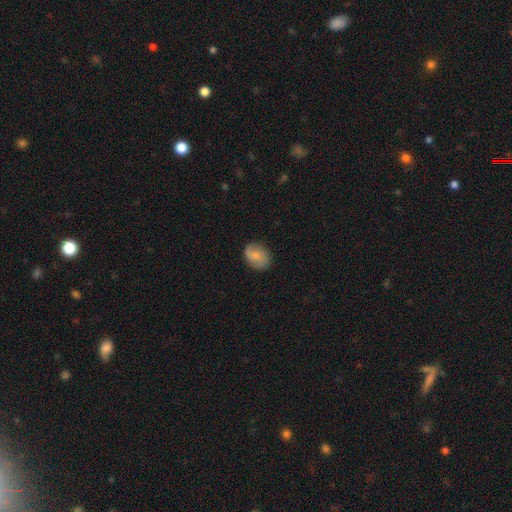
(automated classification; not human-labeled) Morphology: type=smooth (60%); roundness=in between (56%); merging=none (77%).